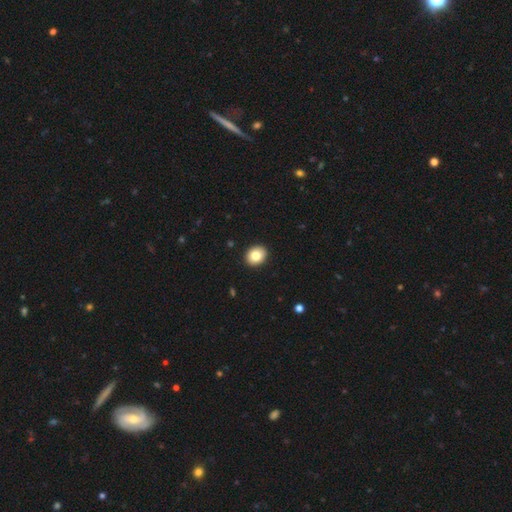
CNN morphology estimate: smooth 83%, featured or disk 9%, star or artifact 8%. Down the decision tree: how rounded — round (58%); merging — none (92%).